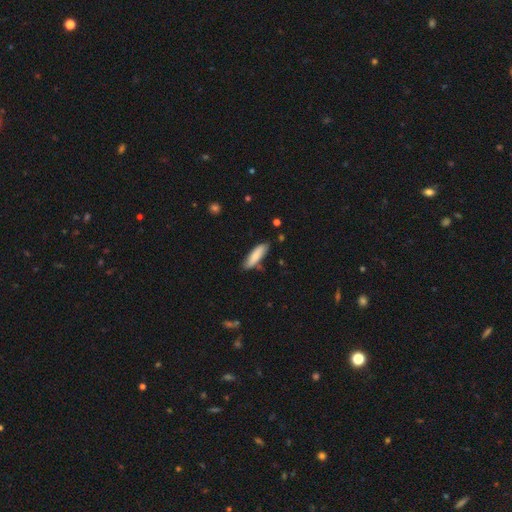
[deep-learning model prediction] Q: Smooth or featured?
A: smooth (80%); runner-up: featured or disk (14%)
Q: How rounded?
A: cigar-shaped (59%); runner-up: in between (39%)
Q: Merging?
A: none (78%); runner-up: minor disturbance (16%)